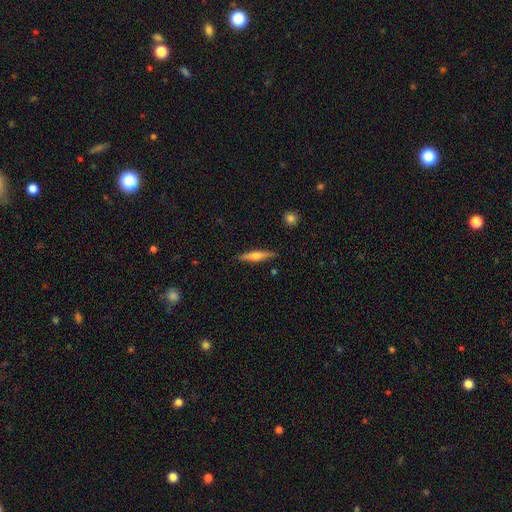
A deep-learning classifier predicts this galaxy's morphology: Smooth or featured? Predicted: featured or disk (p=0.49). Merging? Predicted: none (p=0.88).